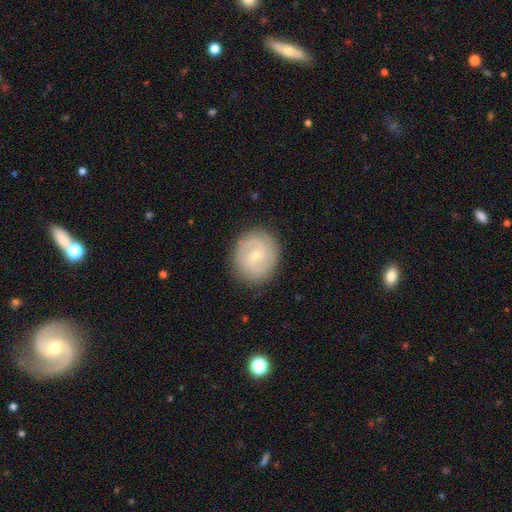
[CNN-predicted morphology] type=featured or disk (70%); edge-on=no (97%); bar=no (54%); spiral arms=yes (89%); winding=tight (48%); arm count=2 (71%); bulge=small (73%); merging=none (87%).